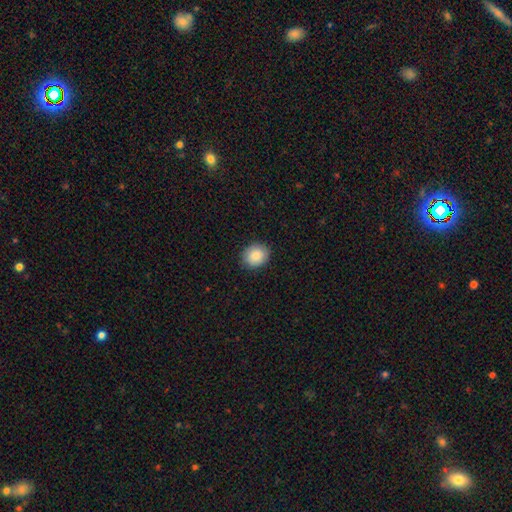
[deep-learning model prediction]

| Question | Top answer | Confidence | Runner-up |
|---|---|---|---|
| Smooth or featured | smooth | 88% | star or artifact (7%) |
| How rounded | round | 70% | in between (29%) |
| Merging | none | 89% | minor disturbance (8%) |